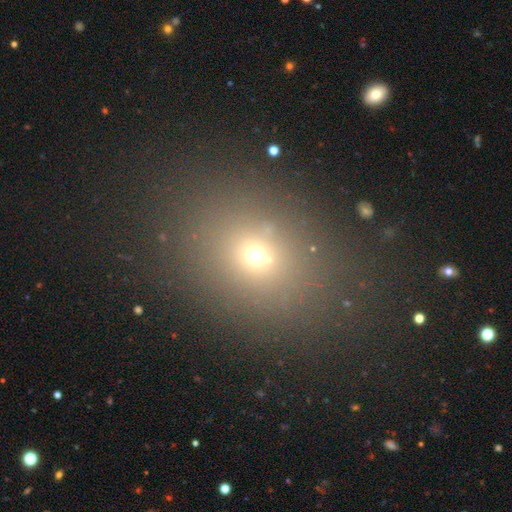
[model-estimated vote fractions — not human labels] Morphology: type=smooth (63%); roundness=round (50%); merging=none (80%).